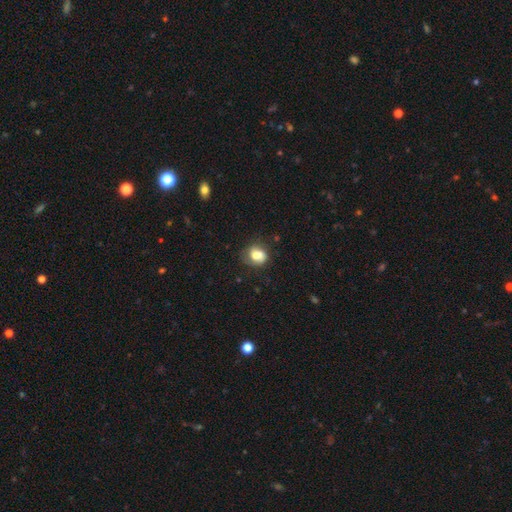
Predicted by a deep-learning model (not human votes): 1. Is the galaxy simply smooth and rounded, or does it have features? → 71% smooth, 19% featured or disk, 9% star or artifact.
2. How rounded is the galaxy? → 55% round, 44% in between, 1% cigar-shaped.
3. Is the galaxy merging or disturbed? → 53% none, 28% minor disturbance, 12% major disturbance, 6% merger.